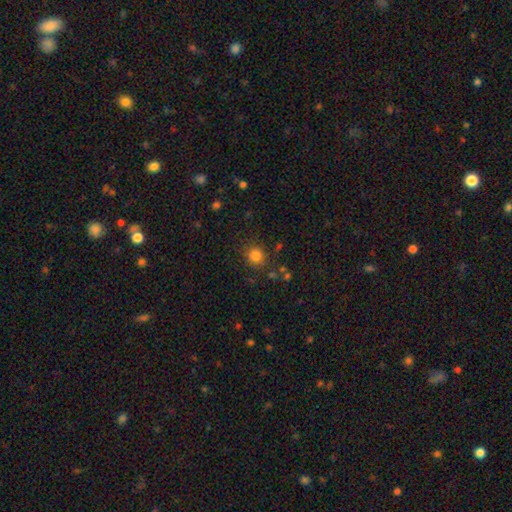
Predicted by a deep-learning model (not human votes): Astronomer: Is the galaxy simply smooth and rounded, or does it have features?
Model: smooth — 81%.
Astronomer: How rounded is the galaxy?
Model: round — 85%.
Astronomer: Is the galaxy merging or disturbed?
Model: none — 83%.